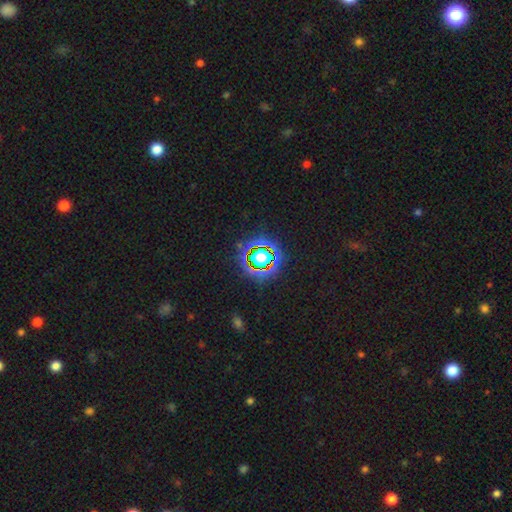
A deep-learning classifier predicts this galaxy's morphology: Smooth or featured?
  - star or artifact: 77% *
  - smooth: 14%
  - featured or disk: 9%